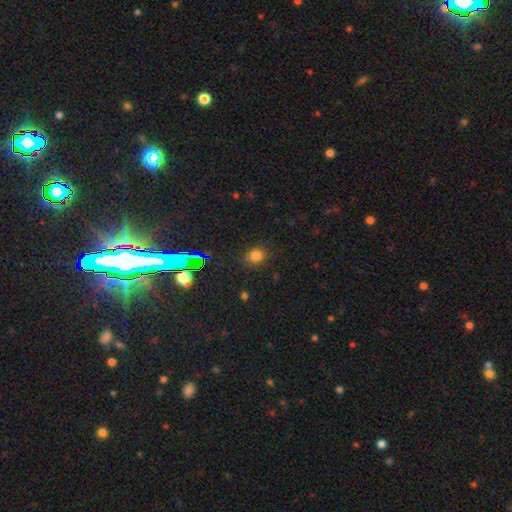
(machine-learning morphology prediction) A smooth galaxy with no disk features (74%) that is round (67%).

Vote fractions:
- Smooth or featured? smooth: 74% / star or artifact: 21% / featured or disk: 6%
- How rounded? round: 67% / in between: 32% / cigar-shaped: 1%
- Merging? none: 84% / minor disturbance: 11% / major disturbance: 3% / merger: 2%